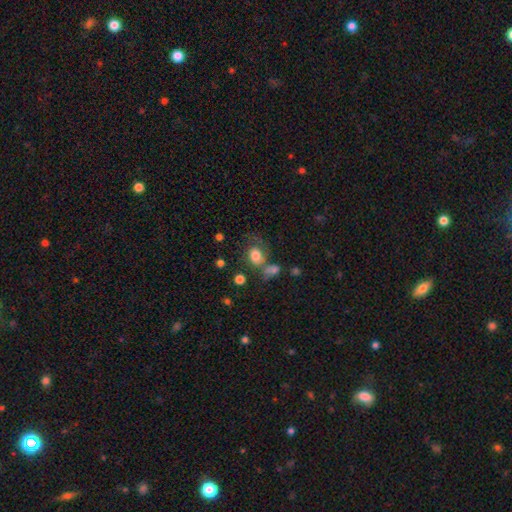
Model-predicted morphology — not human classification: This is likely a smooth galaxy (76%). How rounded: possibly in between (56%). Merging: marginally none (41%).